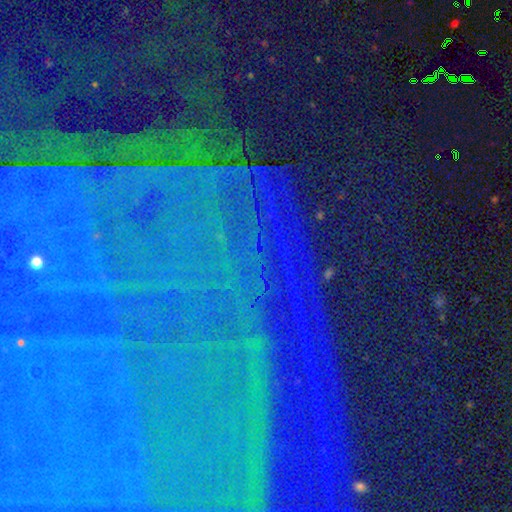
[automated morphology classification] Smooth or featured? star or artifact (87%)